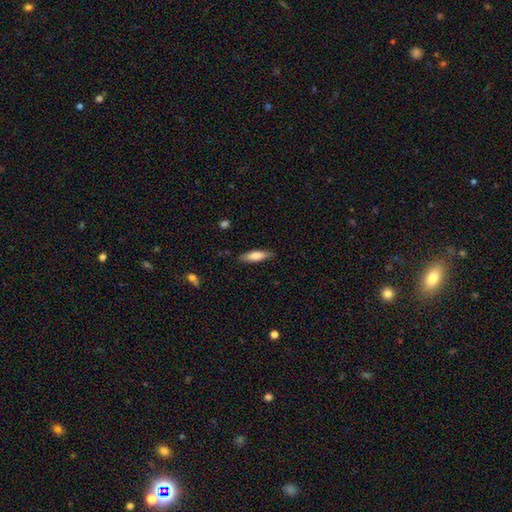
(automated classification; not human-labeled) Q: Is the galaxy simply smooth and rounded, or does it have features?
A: smooth — 74%.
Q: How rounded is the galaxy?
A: cigar-shaped — 54%.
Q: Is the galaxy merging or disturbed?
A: none — 85%.